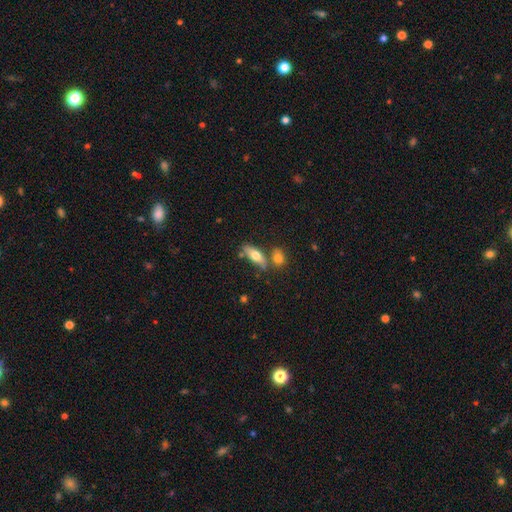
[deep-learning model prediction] smooth 65%, featured or disk 28%, star or artifact 7%. Down the decision tree: how rounded — in between (64%); merging — none (58%).